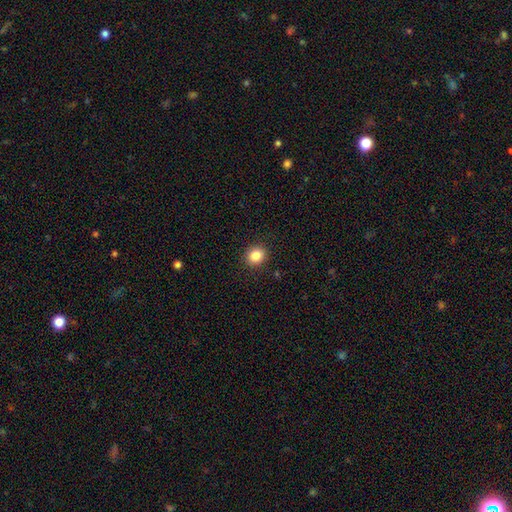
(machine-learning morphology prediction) Overall: smooth (85%). How rounded: round (76%). Merging: none (91%).